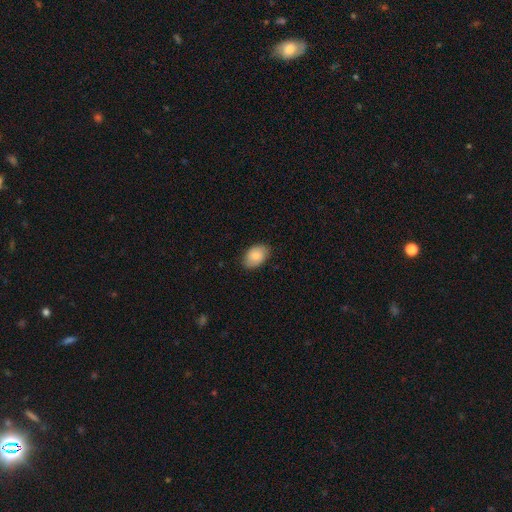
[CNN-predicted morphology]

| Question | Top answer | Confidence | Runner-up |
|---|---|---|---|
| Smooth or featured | smooth | 79% | featured or disk (14%) |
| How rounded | in between | 86% | round (13%) |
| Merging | none | 84% | minor disturbance (13%) |